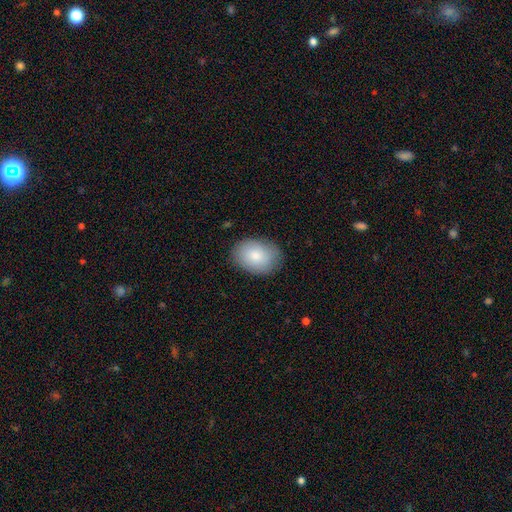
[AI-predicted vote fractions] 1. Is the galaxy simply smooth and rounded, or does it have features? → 82% smooth, 11% featured or disk, 7% star or artifact.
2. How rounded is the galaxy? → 77% in between, 22% round, 1% cigar-shaped.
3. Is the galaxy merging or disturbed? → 82% none, 14% minor disturbance, 3% major disturbance, 1% merger.